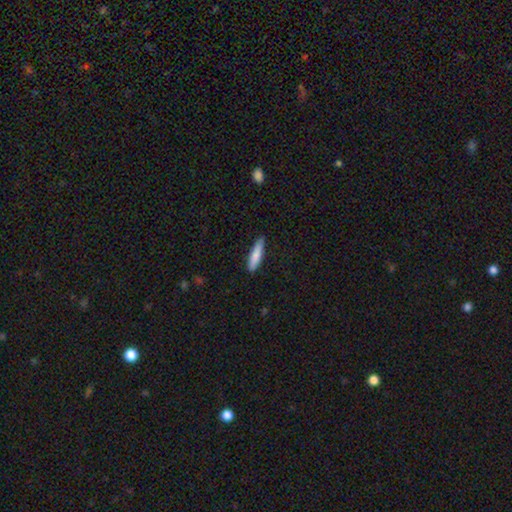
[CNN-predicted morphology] smooth-or-featured: smooth: 80% | featured or disk: 14% | star or artifact: 5%
  how-rounded: cigar-shaped: 79% | in between: 19% | round: 1%
  merging: none: 86% | minor disturbance: 11% | major disturbance: 2% | merger: 1%